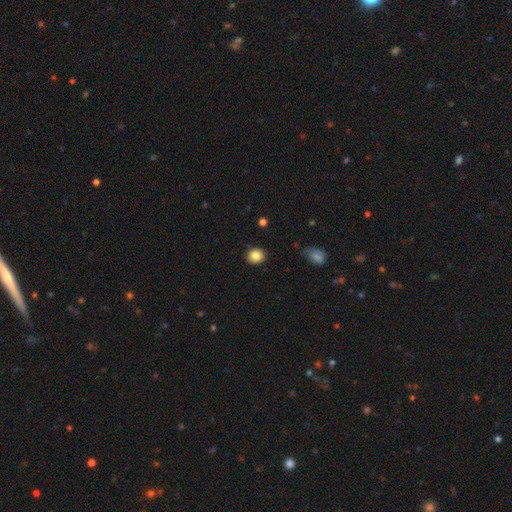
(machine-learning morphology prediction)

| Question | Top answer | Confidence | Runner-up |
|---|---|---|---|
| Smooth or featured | smooth | 84% | star or artifact (10%) |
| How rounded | round | 79% | in between (20%) |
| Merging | none | 88% | minor disturbance (9%) |